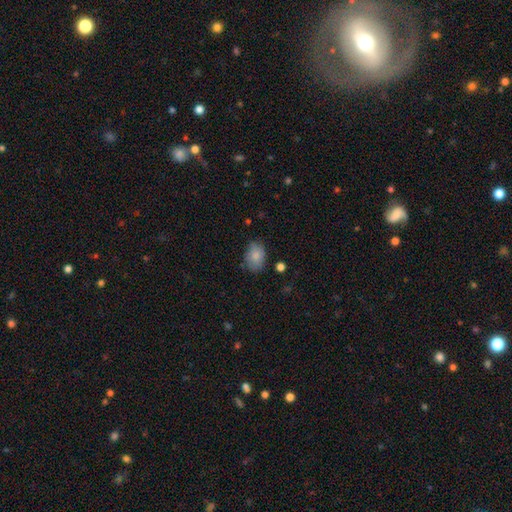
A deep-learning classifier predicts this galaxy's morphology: This appears to be a smooth galaxy with no disk features (83%) that is in between round and cigar-shaped (80%). Merging: none (73%).